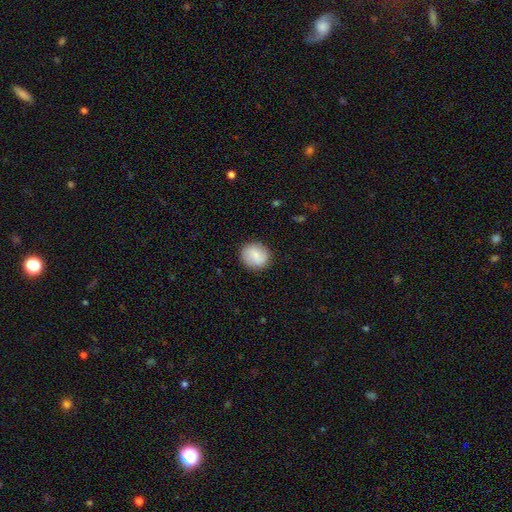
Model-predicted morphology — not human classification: The model was most divided on "how rounded": round: 82%, in between: 17%, cigar-shaped: 1%. More confident: merging — none (87%); smooth or featured — smooth (81%).